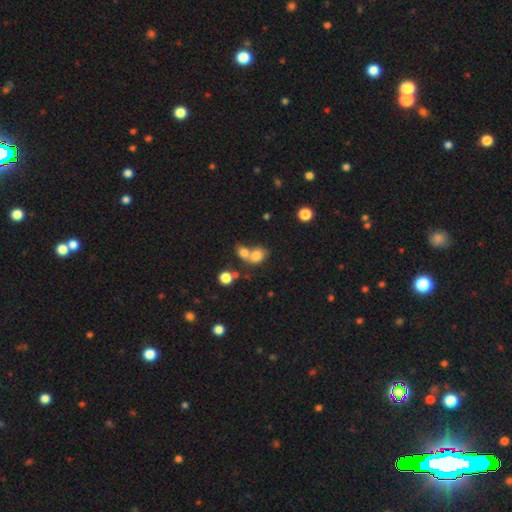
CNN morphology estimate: A smooth galaxy with no disk features (76%) that is in between round and cigar-shaped (57%). Merging: merger (58%).